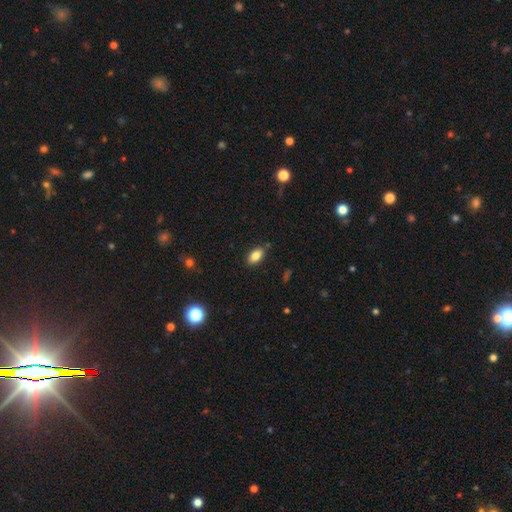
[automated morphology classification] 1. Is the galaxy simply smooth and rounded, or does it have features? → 83% smooth, 9% star or artifact, 8% featured or disk.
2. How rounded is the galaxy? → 91% in between, 6% round, 3% cigar-shaped.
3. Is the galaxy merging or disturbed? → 83% none, 12% minor disturbance, 3% merger, 2% major disturbance.